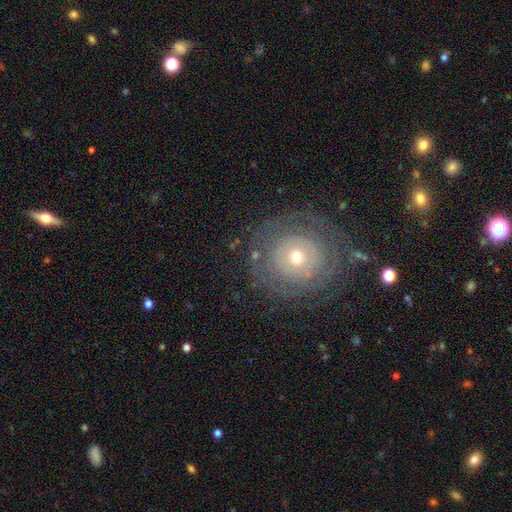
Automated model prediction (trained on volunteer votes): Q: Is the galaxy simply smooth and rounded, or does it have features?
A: featured or disk — 62%.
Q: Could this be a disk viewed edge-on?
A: no — 96%.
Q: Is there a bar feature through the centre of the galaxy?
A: no — 87%.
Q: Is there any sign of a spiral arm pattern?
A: yes — 57%.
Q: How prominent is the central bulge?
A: small — 54%.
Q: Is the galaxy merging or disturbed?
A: none — 77%.